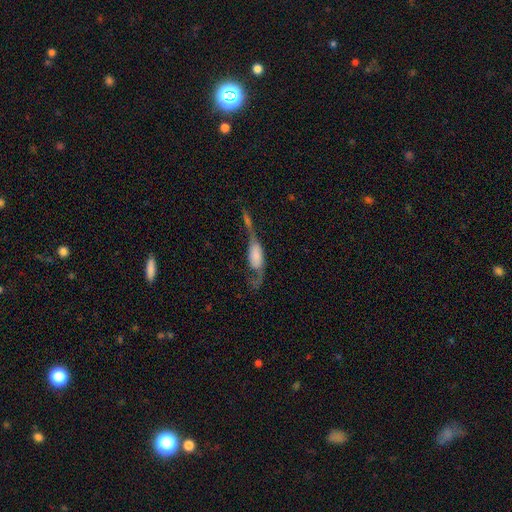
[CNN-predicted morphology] Smooth or featured? Predicted: featured or disk (p=0.48). Merging? Predicted: merger (p=0.33, tied with major disturbance).